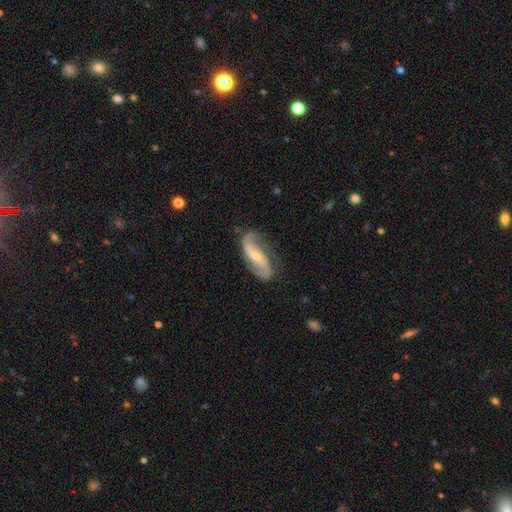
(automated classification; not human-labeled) Morphology: type=featured or disk (85%); edge-on=no (94%); bar=strong (35%, tied with weak); spiral arms=yes (96%); winding=loose (45%); arm count=2 (90%); bulge=small (62%); merging=none (73%).